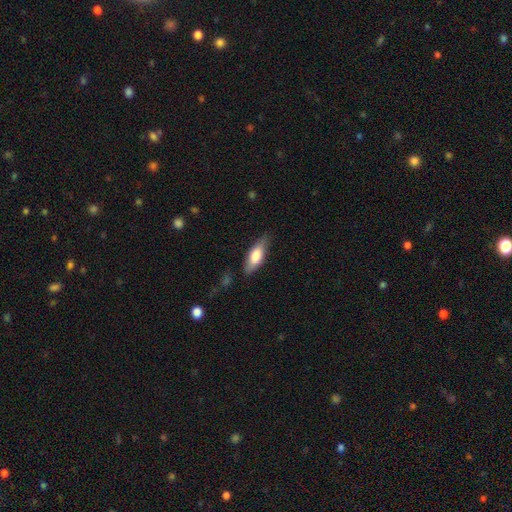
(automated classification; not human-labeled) A smooth galaxy with no disk features (72%) that is in between round and cigar-shaped (68%). Merging: none (75%).